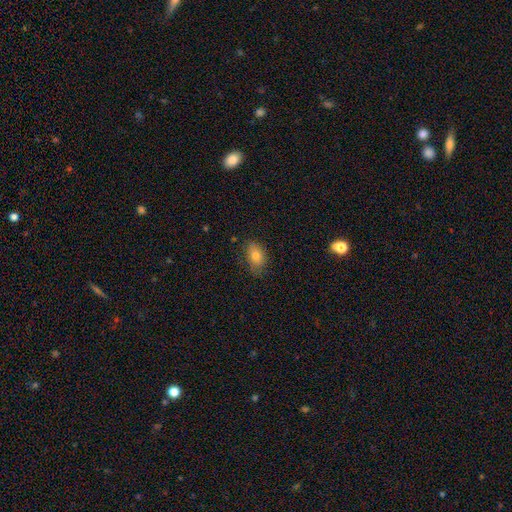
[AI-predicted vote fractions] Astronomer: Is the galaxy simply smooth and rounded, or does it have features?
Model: smooth — 77%.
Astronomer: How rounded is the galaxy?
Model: in between — 86%.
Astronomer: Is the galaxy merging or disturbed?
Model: none — 73%.